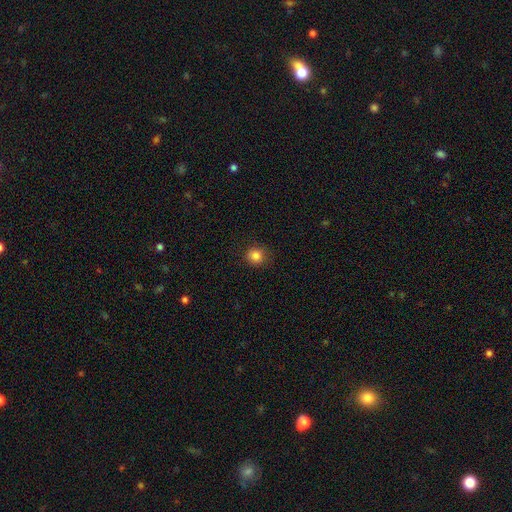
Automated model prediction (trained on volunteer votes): Q: Smooth or featured?
A: smooth (84%); runner-up: star or artifact (12%)
Q: How rounded?
A: round (89%); runner-up: in between (10%)
Q: Merging?
A: none (88%); runner-up: minor disturbance (9%)